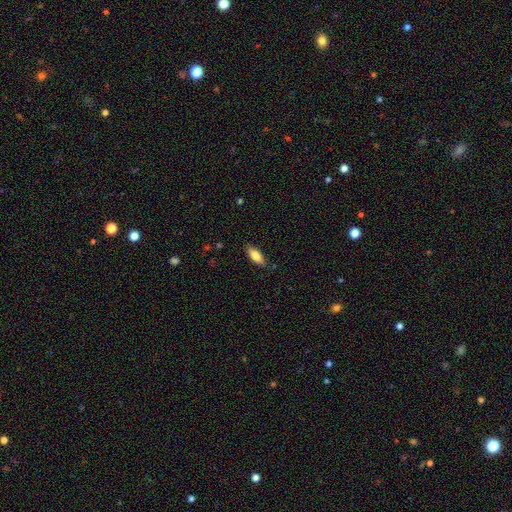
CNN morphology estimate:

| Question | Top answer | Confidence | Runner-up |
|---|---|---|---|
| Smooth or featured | smooth | 74% | featured or disk (20%) |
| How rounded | in between | 68% | cigar-shaped (30%) |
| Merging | none | 85% | minor disturbance (12%) |